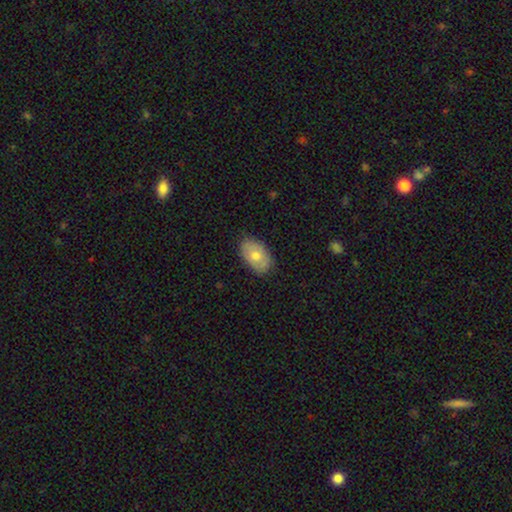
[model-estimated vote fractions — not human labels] The model was most divided on "smooth or featured": smooth: 69%, featured or disk: 24%, star or artifact: 7%. More confident: how rounded — in between (90%); merging — none (80%).